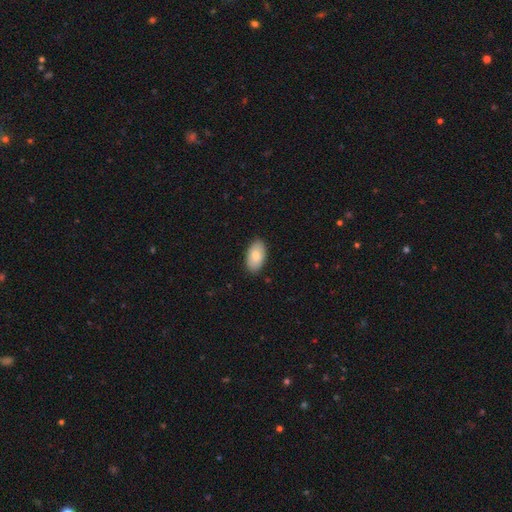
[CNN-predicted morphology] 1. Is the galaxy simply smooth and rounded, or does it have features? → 79% smooth, 15% featured or disk, 6% star or artifact.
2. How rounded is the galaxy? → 95% in between, 3% round, 2% cigar-shaped.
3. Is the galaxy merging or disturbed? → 88% none, 9% minor disturbance, 2% major disturbance, 1% merger.